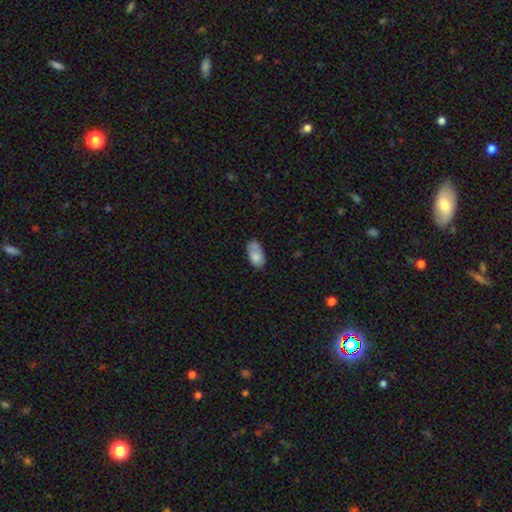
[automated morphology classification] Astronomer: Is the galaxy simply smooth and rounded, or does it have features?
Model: smooth — 78%.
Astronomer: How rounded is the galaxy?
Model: in between — 93%.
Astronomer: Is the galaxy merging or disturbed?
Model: none — 51% (runner-up: minor disturbance, 30%).